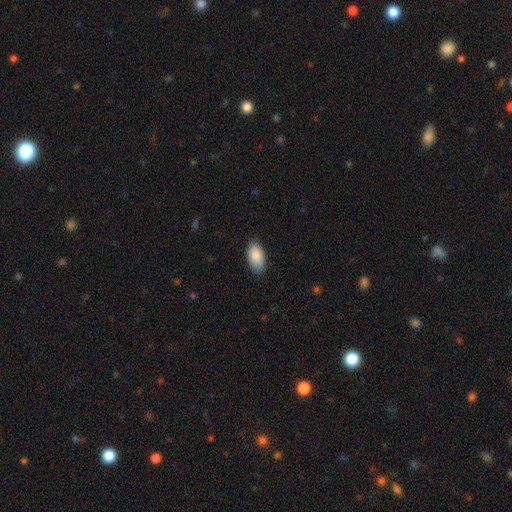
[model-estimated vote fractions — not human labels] A smooth galaxy with no disk features (89%) that is in between round and cigar-shaped (94%).

Vote fractions:
- Smooth or featured? smooth: 89% / star or artifact: 6% / featured or disk: 5%
- How rounded? in between: 94% / cigar-shaped: 3% / round: 2%
- Merging? none: 82% / minor disturbance: 15% / major disturbance: 3% / merger: 1%